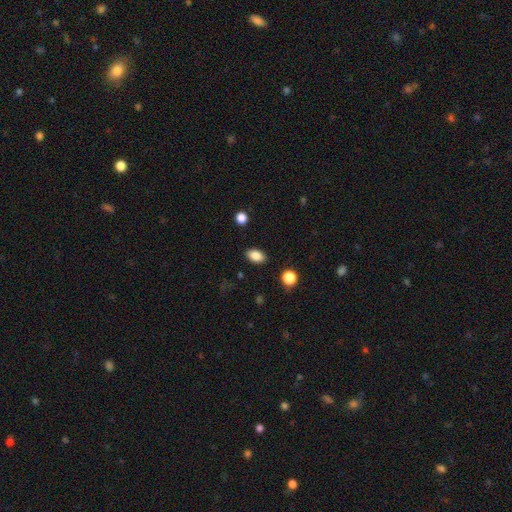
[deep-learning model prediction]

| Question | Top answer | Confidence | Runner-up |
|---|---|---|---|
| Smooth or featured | smooth | 87% | star or artifact (9%) |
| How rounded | in between | 89% | round (9%) |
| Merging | none | 88% | minor disturbance (8%) |